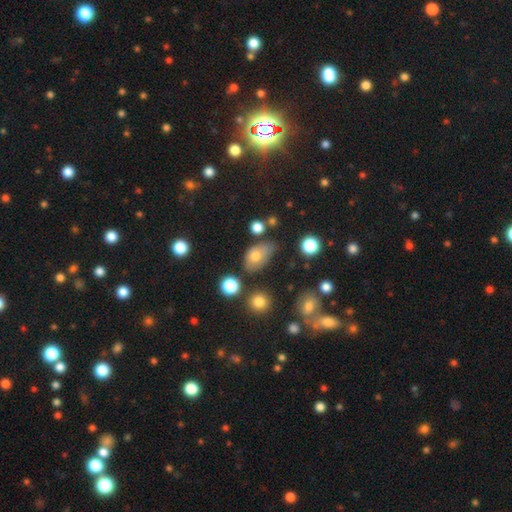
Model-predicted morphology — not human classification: type=smooth (72%); roundness=in between (85%); merging=none (47%).